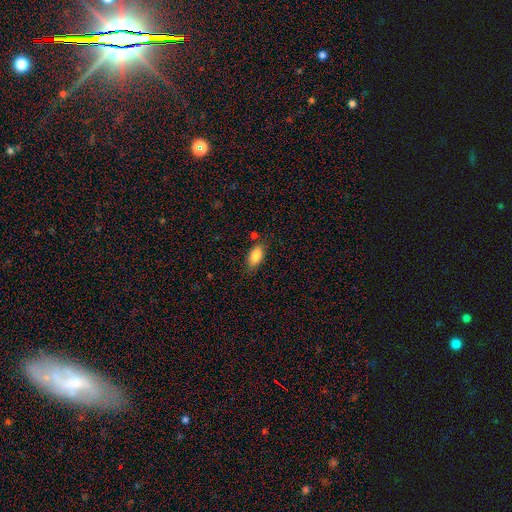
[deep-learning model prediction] Smooth or featured?
  - smooth: 86% *
  - star or artifact: 7%
  - featured or disk: 7%
How rounded?
  - in between: 90% *
  - cigar-shaped: 7%
  - round: 3%
Merging?
  - none: 76% *
  - minor disturbance: 16%
  - merger: 4%
  - major disturbance: 4%